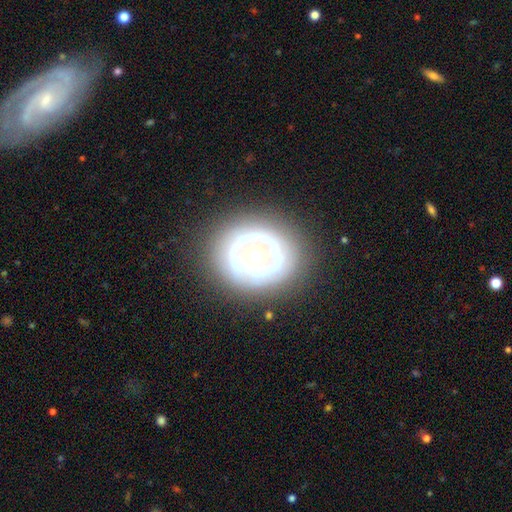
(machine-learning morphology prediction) smooth-or-featured: featured or disk: 62% | smooth: 31% | star or artifact: 7%
  disk-edge-on: no: 92% | yes: 8%
    bar: no: 90% | weak: 6% | strong: 4%
    has-spiral-arms: no: 94% | yes: 6%
    bulge-size: moderate: 74% | large: 16% | small: 7% | dominant: 2% | none: 1%
  merging: none: 80% | minor disturbance: 13% | major disturbance: 6% | merger: 1%